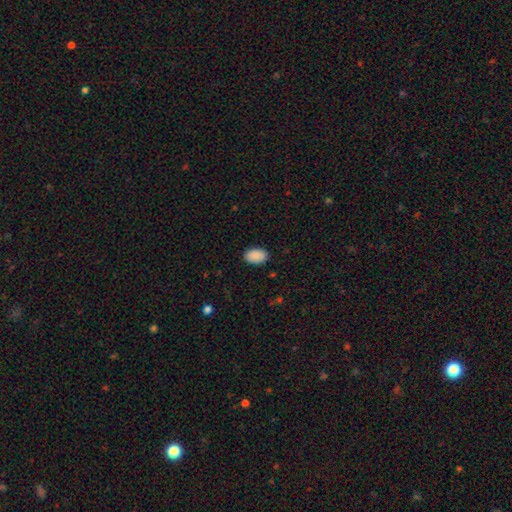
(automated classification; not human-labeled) Morphology: type=smooth (90%); roundness=in between (89%); merging=none (89%).